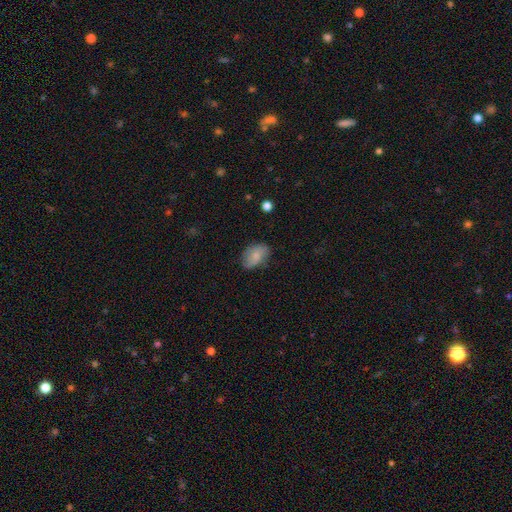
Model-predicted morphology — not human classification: Overall: smooth (77%). How rounded: in between (86%). Merging: none (71%).